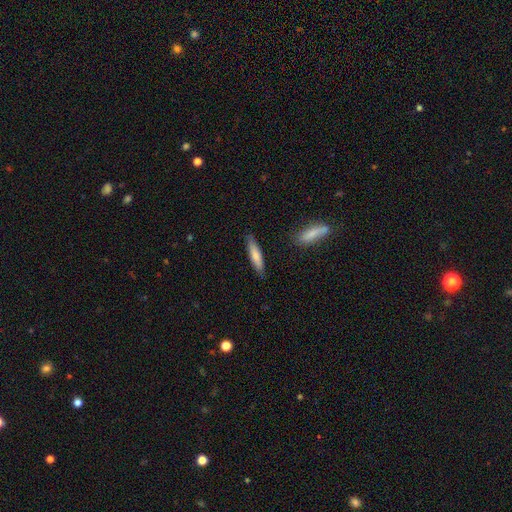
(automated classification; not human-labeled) Overall: smooth (74%). How rounded: cigar-shaped (81%). Merging: none (85%).